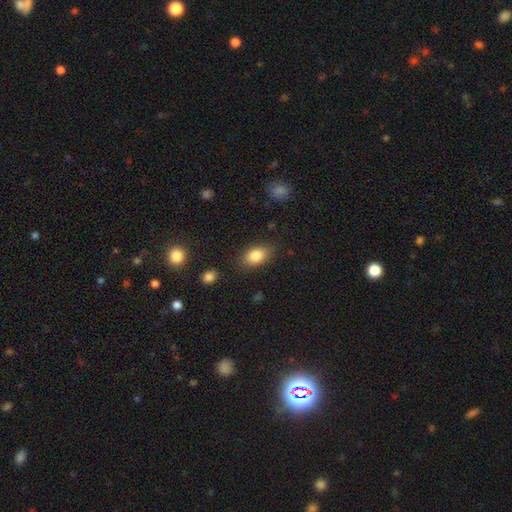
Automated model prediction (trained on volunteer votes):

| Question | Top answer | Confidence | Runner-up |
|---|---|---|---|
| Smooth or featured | smooth | 84% | featured or disk (8%) |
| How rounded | in between | 88% | round (10%) |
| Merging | none | 82% | minor disturbance (12%) |